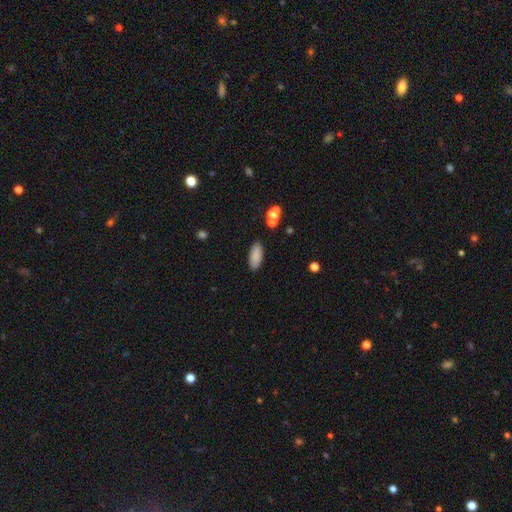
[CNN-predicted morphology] This is clearly a smooth galaxy (87%). How rounded: clearly in between (82%). Merging: clearly none (88%).